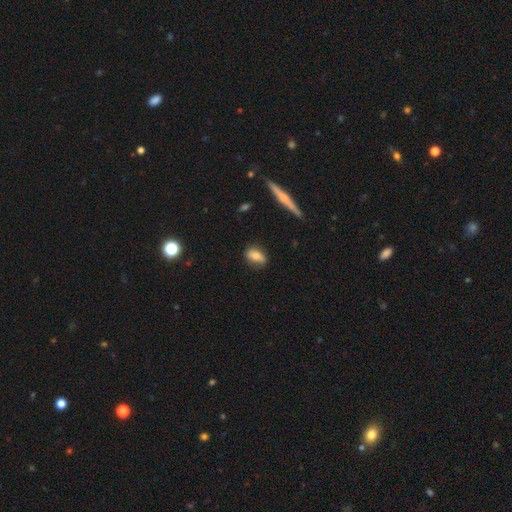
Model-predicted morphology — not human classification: Smooth or featured?
  - smooth: 70% *
  - featured or disk: 21%
  - star or artifact: 9%
How rounded?
  - in between: 78% *
  - round: 16%
  - cigar-shaped: 6%
Merging?
  - none: 74% *
  - minor disturbance: 20%
  - major disturbance: 4%
  - merger: 2%